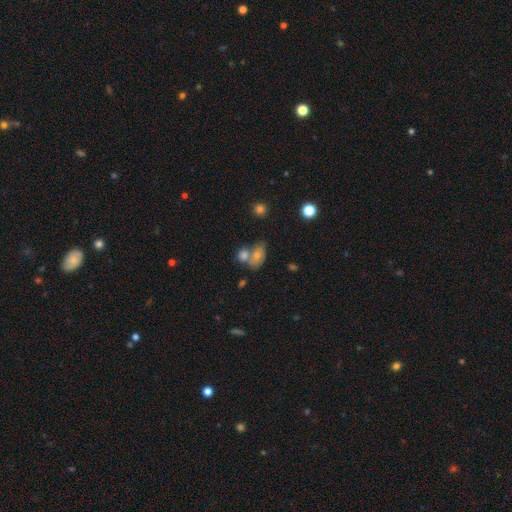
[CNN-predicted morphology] Smooth or featured? Predicted: smooth (p=0.65). How rounded? Predicted: in between (p=0.73). Merging? Predicted: merger (p=0.48).